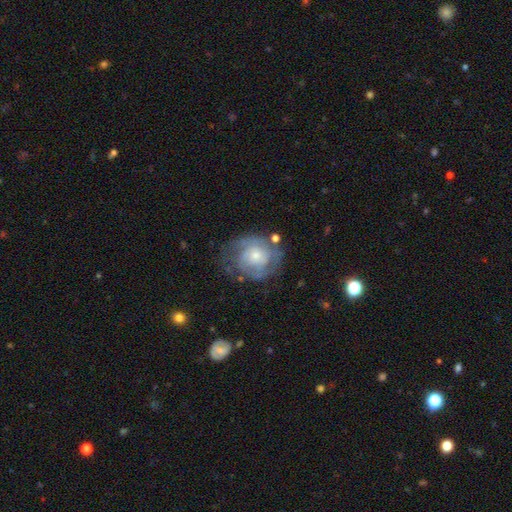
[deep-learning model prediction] This is likely a featured or disk galaxy (66%). It is clearly not viewed edge-on (97%). Bar: likely no (78%). Spiral arm pattern: likely yes (75%). Central bulge: possibly small (51%). Merging: possibly none (55%).